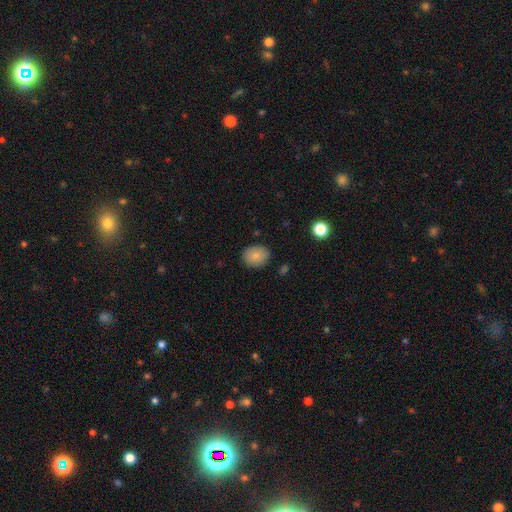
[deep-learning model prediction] Q: Smooth or featured?
A: smooth (84%); runner-up: star or artifact (8%)
Q: How rounded?
A: round (53%); runner-up: in between (46%)
Q: Merging?
A: none (86%); runner-up: minor disturbance (10%)